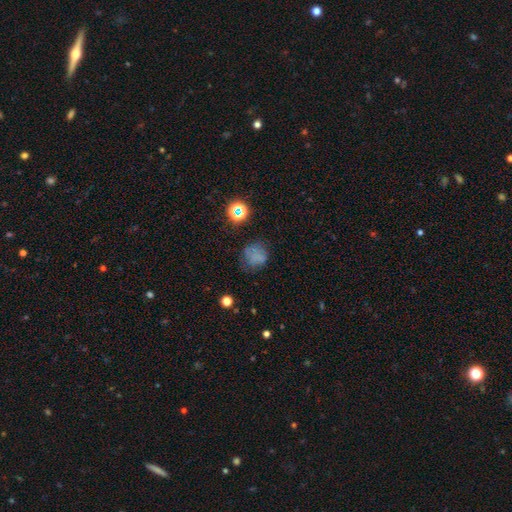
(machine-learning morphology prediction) A smooth galaxy with no disk features (60%) that is round (78%).

Vote fractions:
- Smooth or featured? smooth: 60% / star or artifact: 23% / featured or disk: 17%
- How rounded? round: 78% / in between: 21% / cigar-shaped: 1%
- Merging? none: 57% / minor disturbance: 23% / major disturbance: 16% / merger: 3%